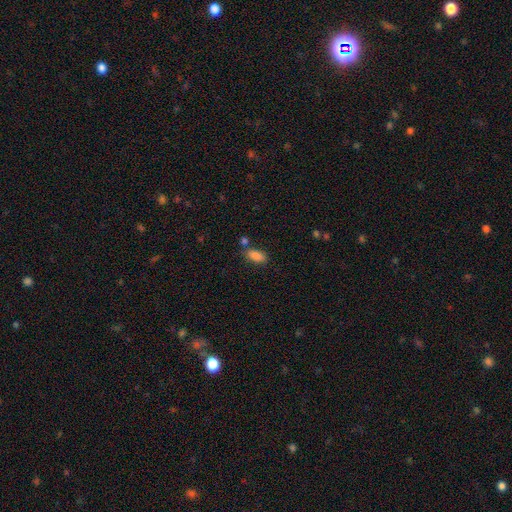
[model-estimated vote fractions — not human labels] This appears to be a smooth galaxy with no disk features (86%) that is in between round and cigar-shaped (89%). Merging: none (73%).